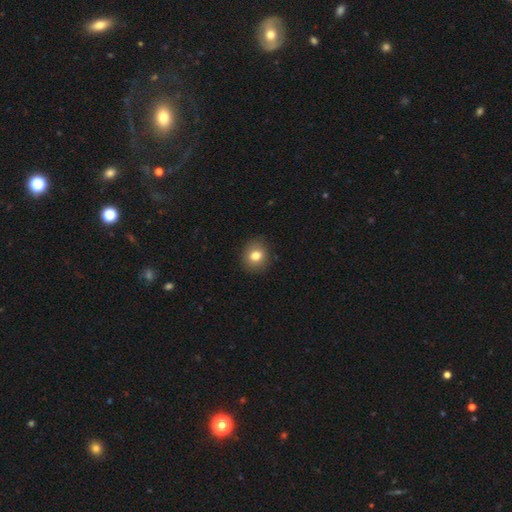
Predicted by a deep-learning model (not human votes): Smooth or featured? smooth (80%)
How rounded? round (78%)
Merging? none (89%)